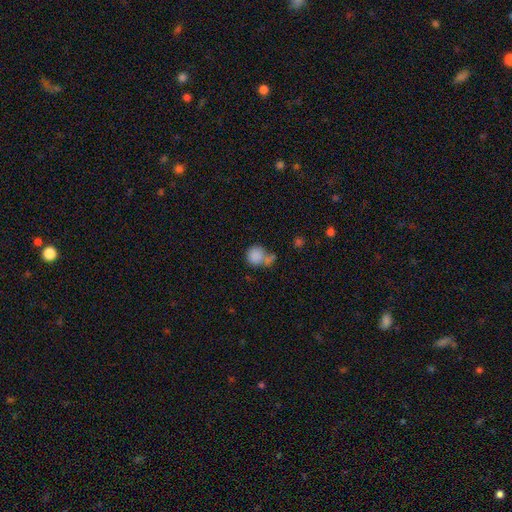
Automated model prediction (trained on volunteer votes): Overall: smooth (84%). How rounded: round (86%). Merging: none (43%; merger 32%).